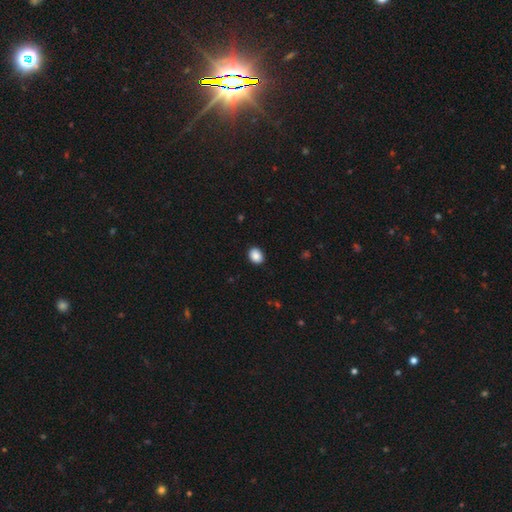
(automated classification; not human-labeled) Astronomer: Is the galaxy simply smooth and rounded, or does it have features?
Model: smooth — 89%.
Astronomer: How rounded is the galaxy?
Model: in between — 55% (runner-up: round, 44%).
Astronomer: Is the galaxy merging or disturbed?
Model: none — 90%.